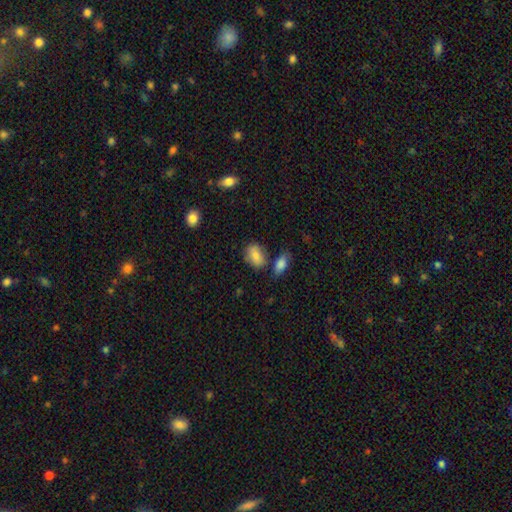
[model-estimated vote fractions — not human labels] The model was most divided on "merging": none: 63%, minor disturbance: 19%, merger: 13%, major disturbance: 5%. More confident: smooth or featured — smooth (80%); how rounded — in between (78%).